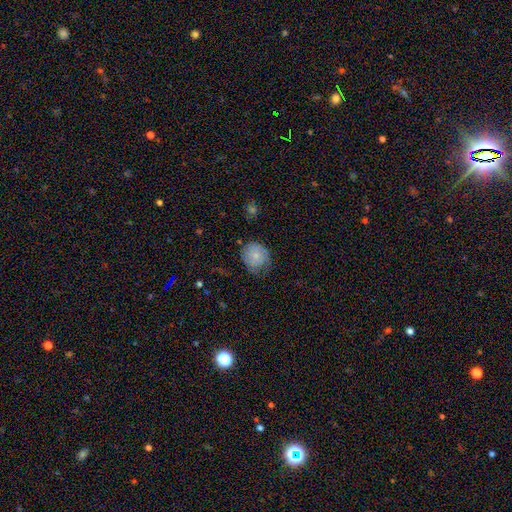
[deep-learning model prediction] Overall: smooth (72%). How rounded: round (81%). Merging: none (59%; minor disturbance 30%).